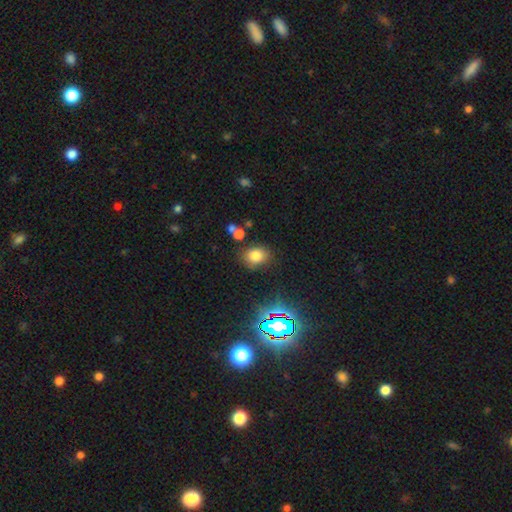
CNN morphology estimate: The model was most divided on "how rounded": in between: 55%, round: 44%, cigar-shaped: 1%. More confident: merging — none (78%); smooth or featured — smooth (74%).